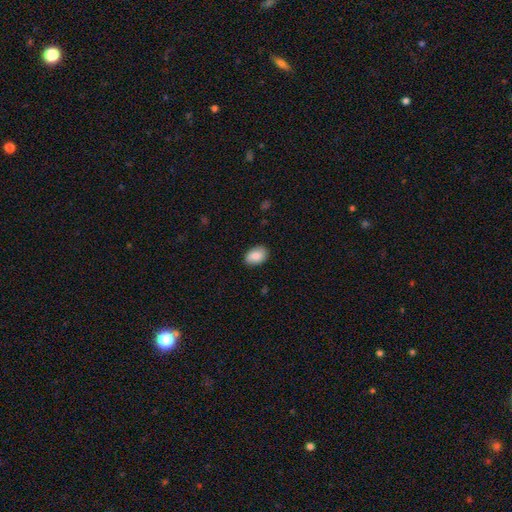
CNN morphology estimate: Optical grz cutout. It shows a smooth galaxy with no disk features (84%) that is in between round and cigar-shaped (85%). Merging: none (86%).